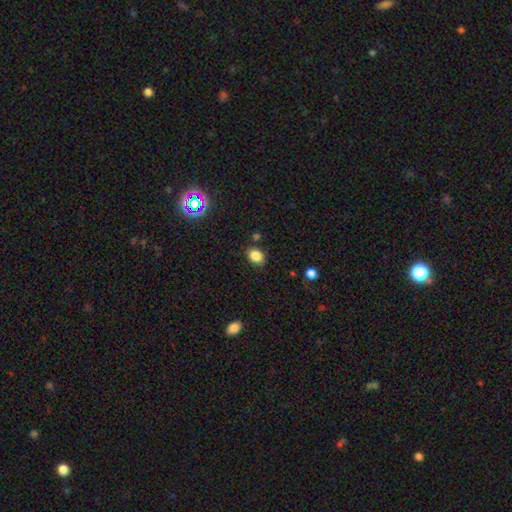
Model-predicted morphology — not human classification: smooth-or-featured: smooth: 84% | star or artifact: 11% | featured or disk: 5%
  how-rounded: in between: 62% | round: 37% | cigar-shaped: 1%
  merging: none: 81% | minor disturbance: 12% | merger: 4% | major disturbance: 3%